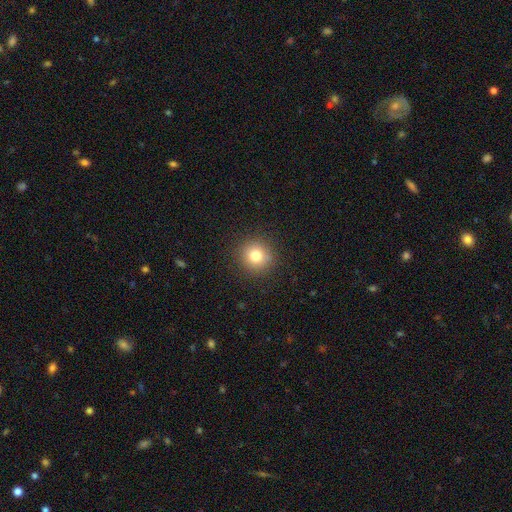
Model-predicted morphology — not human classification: smooth-or-featured: smooth: 79% | star or artifact: 12% | featured or disk: 9%
  how-rounded: round: 93% | in between: 6% | cigar-shaped: 1%
  merging: none: 91% | minor disturbance: 6% | major disturbance: 2% | merger: 1%